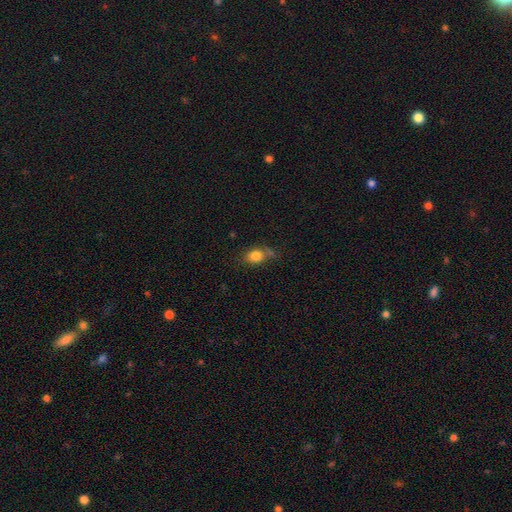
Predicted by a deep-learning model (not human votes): smooth_or_featured: smooth (p=0.81) [alt: star or artifact p=0.10]
how_rounded: in between (p=0.54) [alt: round p=0.44]
merging: none (p=0.60) [alt: minor disturbance p=0.23]